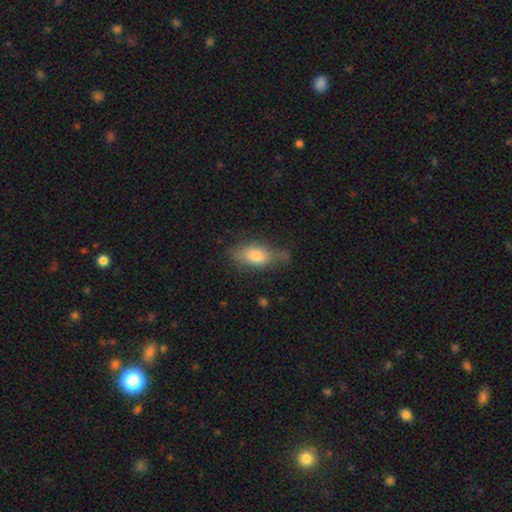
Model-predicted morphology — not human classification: This is likely a smooth galaxy (74%). How rounded: clearly in between (82%). Merging: possibly none (59%).